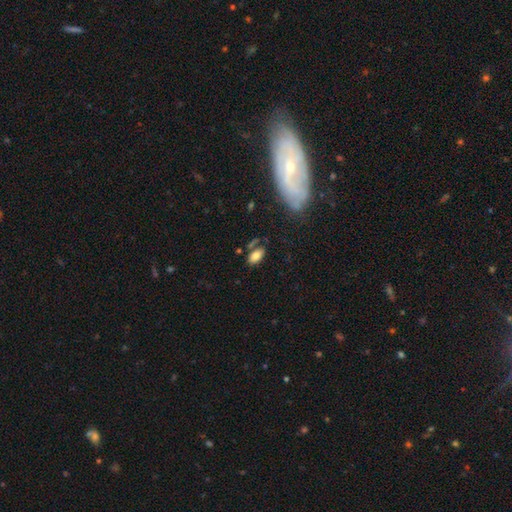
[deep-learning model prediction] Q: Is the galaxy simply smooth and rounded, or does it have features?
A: smooth — 81%.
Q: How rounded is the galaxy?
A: in between — 92%.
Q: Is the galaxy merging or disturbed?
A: none — 69%.